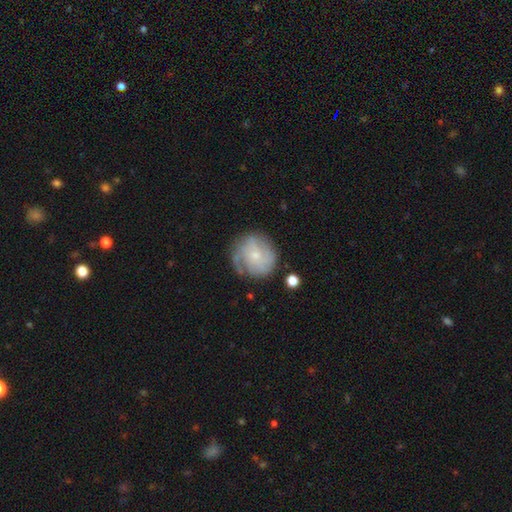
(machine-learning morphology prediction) Overall: featured or disk (56%; smooth 36%). Edge-on disk: no (97%). Bar: no (75%). Spiral arms: yes (76%). Bulge size: small (69%). Merging: none (66%).